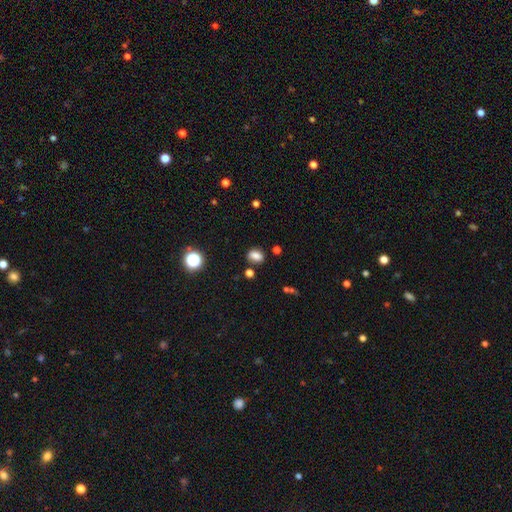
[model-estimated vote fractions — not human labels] This is likely a smooth galaxy (79%). How rounded: likely in between (68%). Merging: likely none (79%).